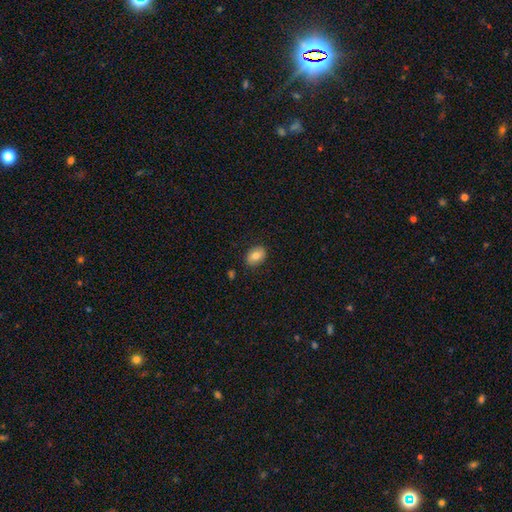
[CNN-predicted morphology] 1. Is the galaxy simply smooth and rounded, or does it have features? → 78% smooth, 14% featured or disk, 8% star or artifact.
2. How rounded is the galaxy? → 77% in between, 22% round, 1% cigar-shaped.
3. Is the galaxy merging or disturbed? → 86% none, 10% minor disturbance, 2% major disturbance, 1% merger.